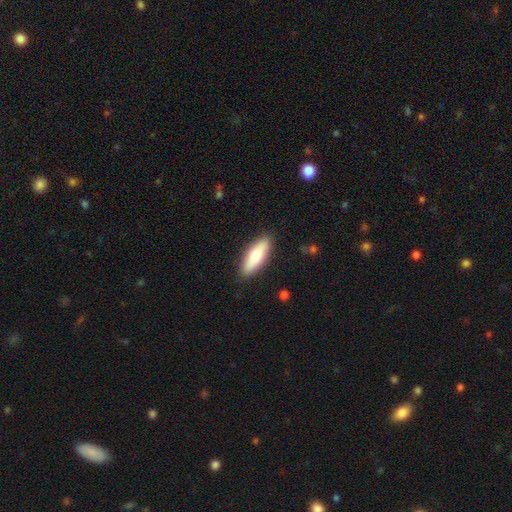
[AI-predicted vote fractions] A smooth galaxy with no disk features (73%) that is in between round and cigar-shaped (54%). Merging: none (88%).